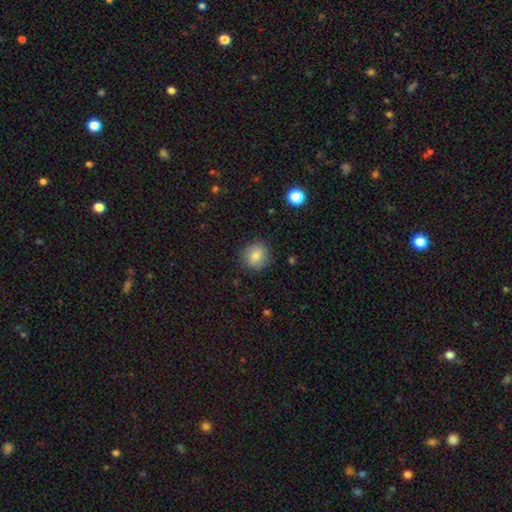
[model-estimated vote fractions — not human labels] Q: Smooth or featured?
A: smooth (78%); runner-up: featured or disk (13%)
Q: How rounded?
A: round (85%); runner-up: in between (14%)
Q: Merging?
A: none (85%); runner-up: minor disturbance (10%)